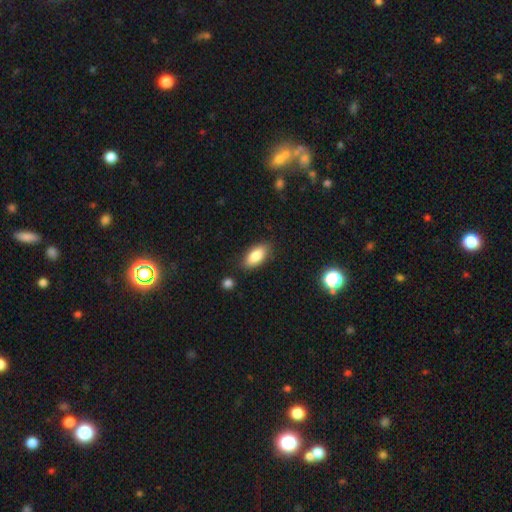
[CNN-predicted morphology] Overall: smooth (85%). How rounded: in between (90%). Merging: none (83%).